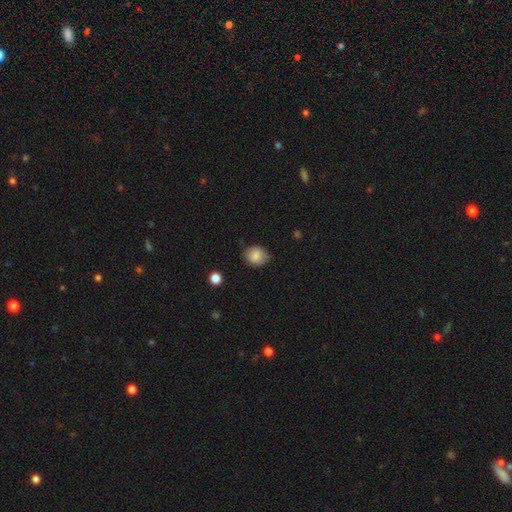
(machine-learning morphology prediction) Q: Smooth or featured?
A: smooth (85%); runner-up: star or artifact (8%)
Q: How rounded?
A: round (65%); runner-up: in between (34%)
Q: Merging?
A: none (79%); runner-up: minor disturbance (17%)